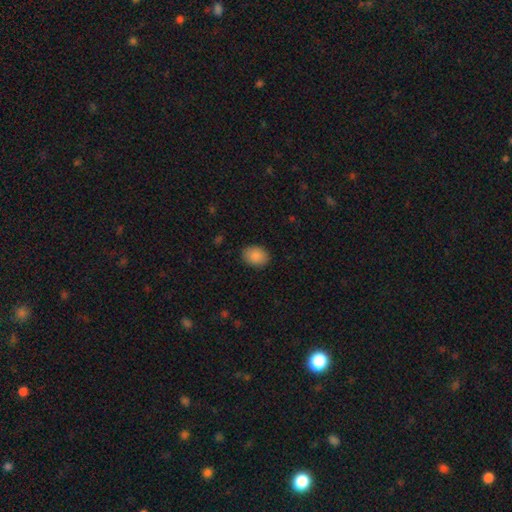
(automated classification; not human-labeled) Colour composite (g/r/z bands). It shows a smooth galaxy with no disk features (88%) that is in between round and cigar-shaped (60%). Merging: none (88%).